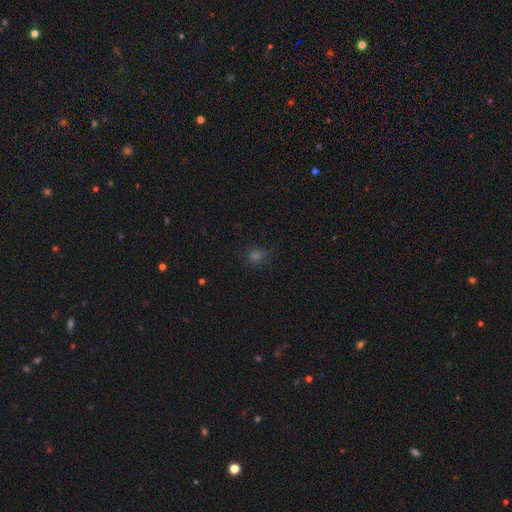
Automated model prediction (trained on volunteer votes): Smooth or featured: smooth — 64% (star or artifact — 30%)
How rounded: round — 81% (in between — 18%)
Merging: none — 86% (minor disturbance — 9%)